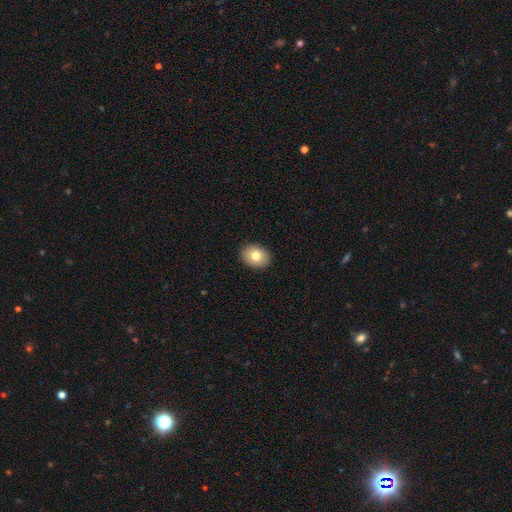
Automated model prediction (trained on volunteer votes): A smooth galaxy with no disk features (78%) that is in between round and cigar-shaped (57%). Merging: none (91%).